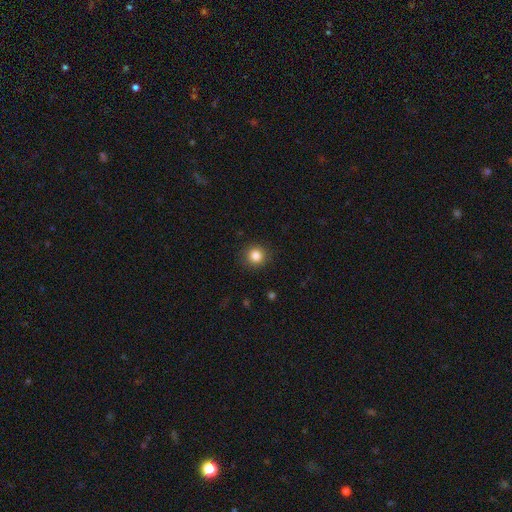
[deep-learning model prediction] Overall: smooth (85%). How rounded: round (92%). Merging: none (90%).